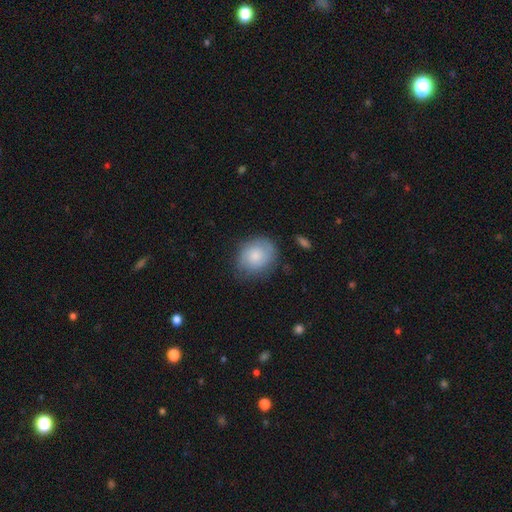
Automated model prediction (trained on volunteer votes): Q: Smooth or featured?
A: smooth (71%); runner-up: featured or disk (22%)
Q: How rounded?
A: round (59%); runner-up: in between (40%)
Q: Merging?
A: none (70%); runner-up: minor disturbance (22%)